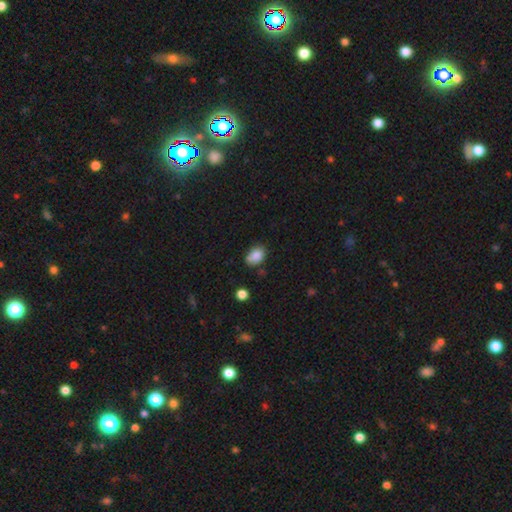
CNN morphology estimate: This is clearly a smooth galaxy (84%). How rounded: likely in between (76%). Merging: likely none (61%).